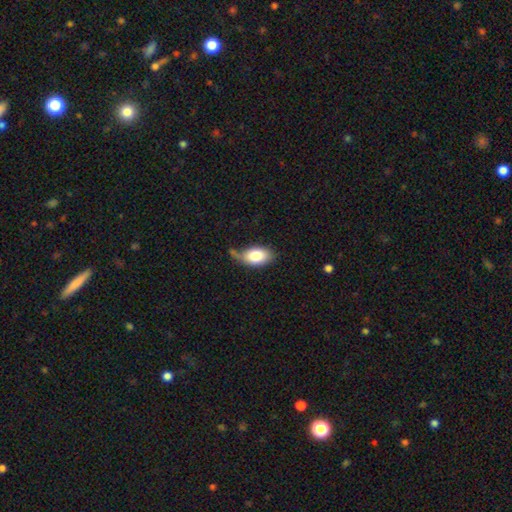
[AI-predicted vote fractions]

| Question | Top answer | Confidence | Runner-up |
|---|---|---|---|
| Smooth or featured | smooth | 81% | featured or disk (13%) |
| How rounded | in between | 92% | round (6%) |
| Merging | none | 46% | minor disturbance (33%) |